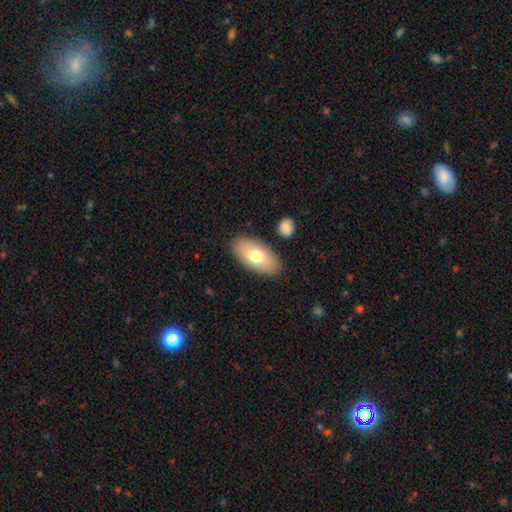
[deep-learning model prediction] smooth-or-featured: smooth: 72% | featured or disk: 22% | star or artifact: 6%
  how-rounded: in between: 93% | cigar-shaped: 4% | round: 3%
  merging: none: 86% | minor disturbance: 9% | major disturbance: 3% | merger: 2%